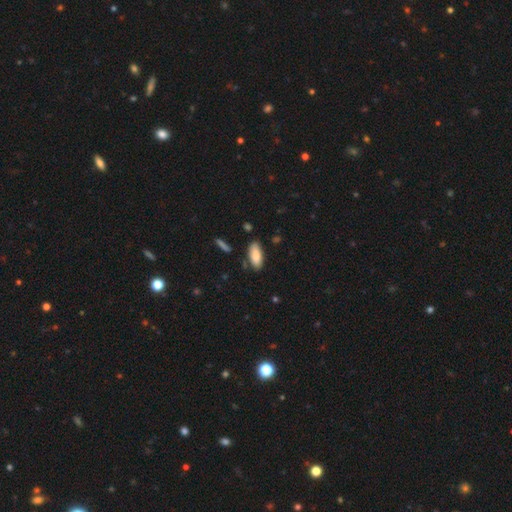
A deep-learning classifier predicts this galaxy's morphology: smooth 83%, featured or disk 10%, star or artifact 6%. Down the decision tree: how rounded — in between (84%); merging — none (78%).